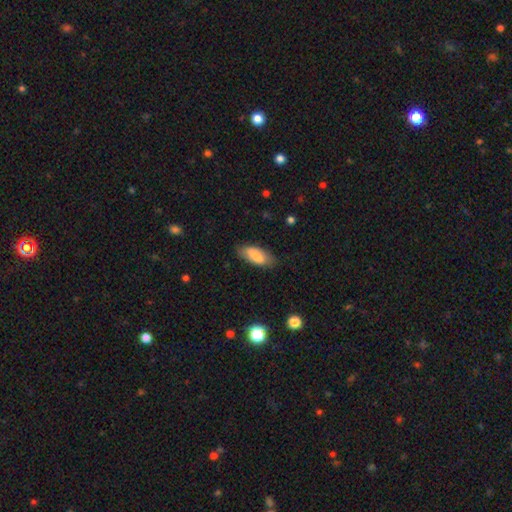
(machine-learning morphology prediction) Smooth or featured? smooth (81%)
How rounded? in between (83%)
Merging? none (80%)